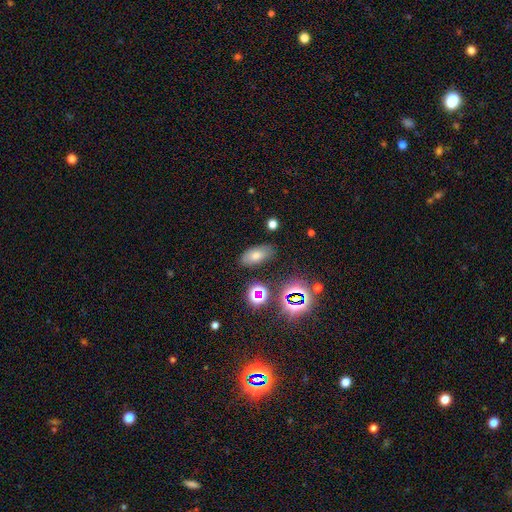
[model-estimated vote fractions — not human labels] Morphology: type=smooth (55%); roundness=in between (86%); merging=none (83%).